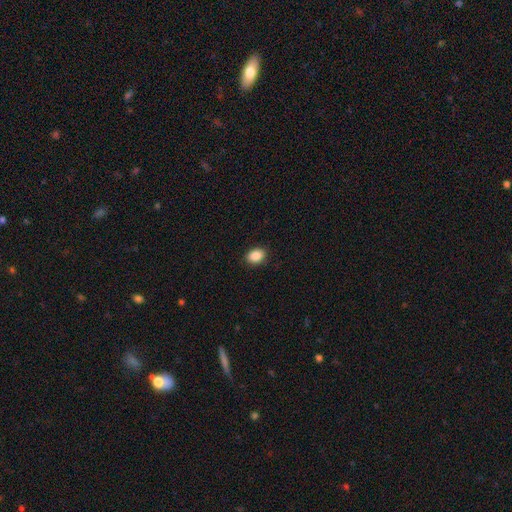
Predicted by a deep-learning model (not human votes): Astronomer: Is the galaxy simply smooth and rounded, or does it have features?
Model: smooth — 88%.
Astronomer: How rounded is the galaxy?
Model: in between — 76%.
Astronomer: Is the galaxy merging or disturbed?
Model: none — 89%.